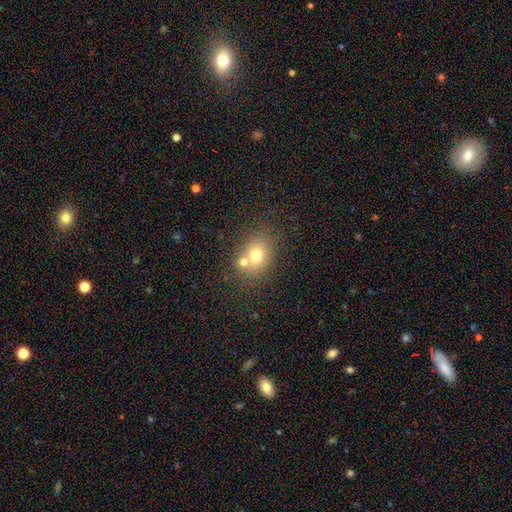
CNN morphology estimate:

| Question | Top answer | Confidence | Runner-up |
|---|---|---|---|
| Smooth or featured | smooth | 70% | featured or disk (17%) |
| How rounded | round | 53% | in between (46%) |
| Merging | none | 49% | merger (37%) |